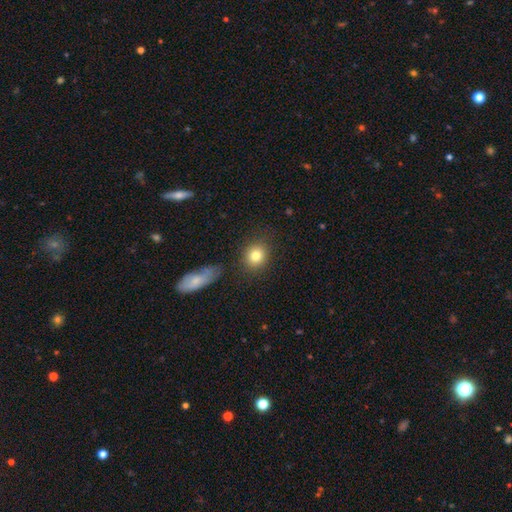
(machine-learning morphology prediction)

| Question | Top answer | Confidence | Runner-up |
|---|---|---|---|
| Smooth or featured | smooth | 82% | star or artifact (10%) |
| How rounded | round | 77% | in between (22%) |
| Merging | none | 82% | minor disturbance (10%) |